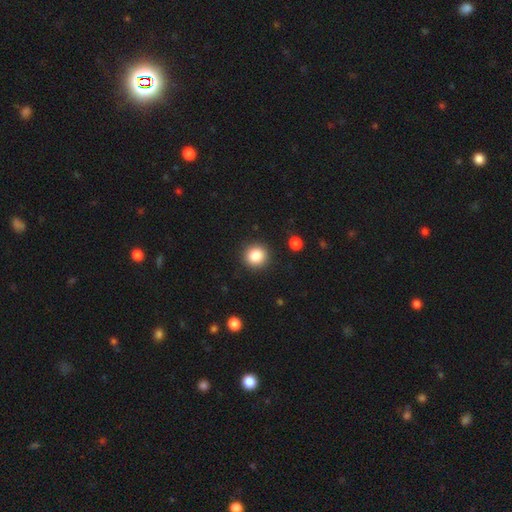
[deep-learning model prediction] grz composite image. It shows a smooth galaxy with no disk features (85%) that is round (92%). Merging: none (91%).